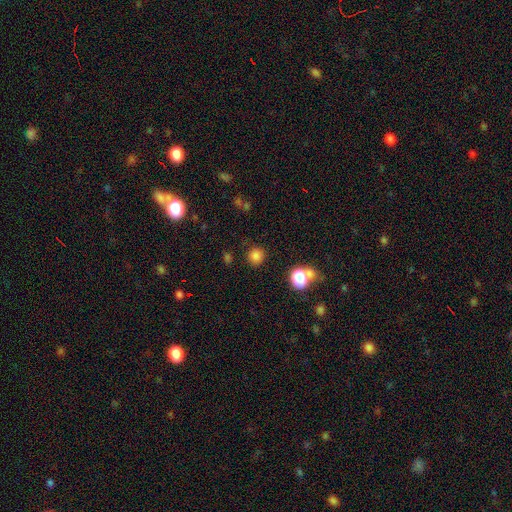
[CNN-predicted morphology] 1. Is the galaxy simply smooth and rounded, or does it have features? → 79% smooth, 16% star or artifact, 4% featured or disk.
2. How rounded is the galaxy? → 91% round, 8% in between, 1% cigar-shaped.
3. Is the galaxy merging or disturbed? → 86% none, 7% minor disturbance, 3% merger, 3% major disturbance.